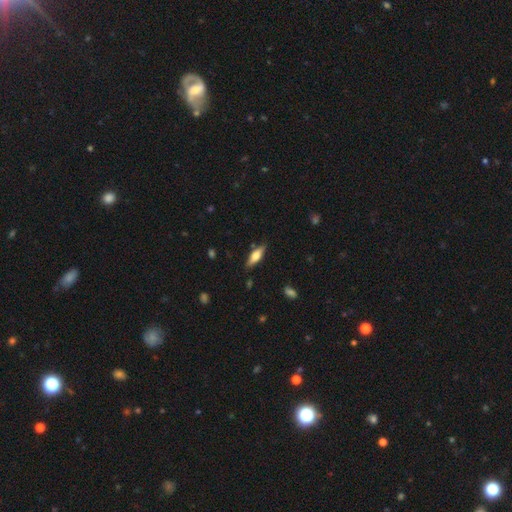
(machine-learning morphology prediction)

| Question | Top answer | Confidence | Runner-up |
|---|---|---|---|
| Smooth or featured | smooth | 56% | featured or disk (37%) |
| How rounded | in between | 55% | cigar-shaped (42%) |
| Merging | none | 84% | minor disturbance (12%) |